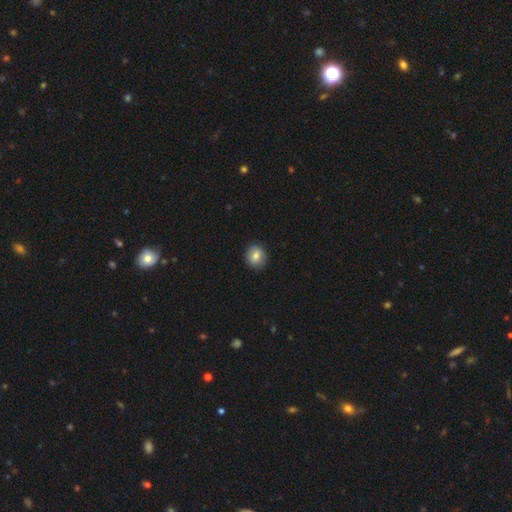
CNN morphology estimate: Q: Smooth or featured?
A: smooth (80%); runner-up: featured or disk (11%)
Q: How rounded?
A: round (78%); runner-up: in between (21%)
Q: Merging?
A: none (89%); runner-up: minor disturbance (8%)